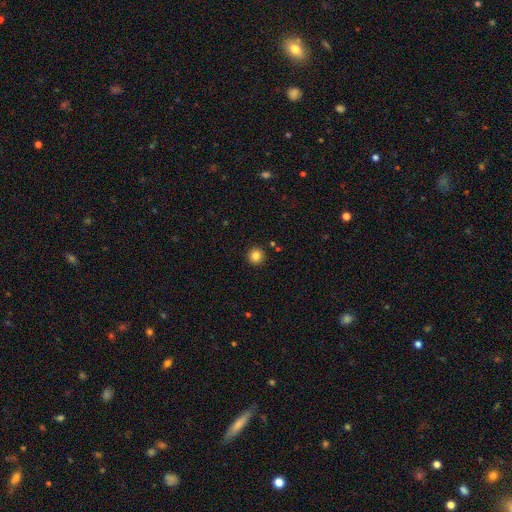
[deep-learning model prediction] This appears to be a smooth galaxy with no disk features (84%) that is round (95%). Merging: none (92%).